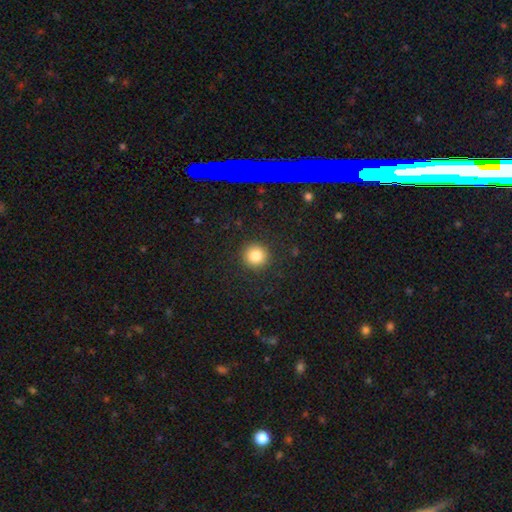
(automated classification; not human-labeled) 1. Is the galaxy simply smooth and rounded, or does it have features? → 82% smooth, 13% star or artifact, 6% featured or disk.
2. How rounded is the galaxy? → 95% round, 4% in between, 1% cigar-shaped.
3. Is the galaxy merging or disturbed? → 91% none, 6% minor disturbance, 2% major disturbance, 1% merger.